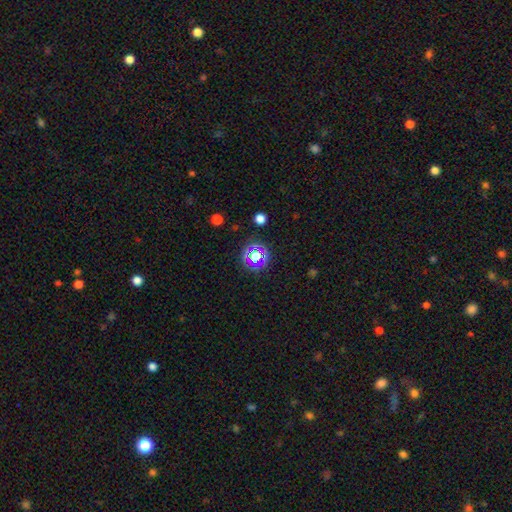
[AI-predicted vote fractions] Q: Smooth or featured?
A: star or artifact (60%); runner-up: smooth (28%)